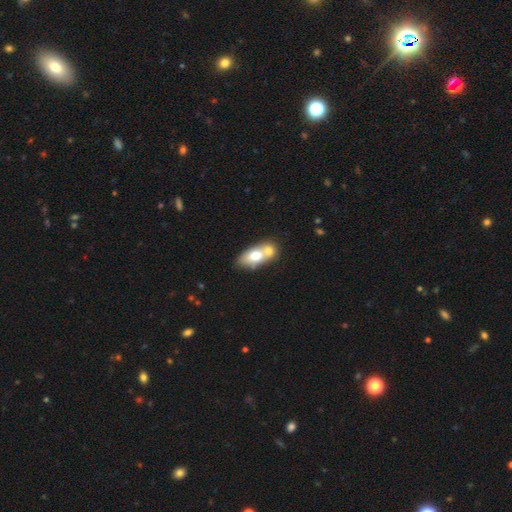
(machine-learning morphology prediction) Q: Smooth or featured?
A: smooth (64%); runner-up: featured or disk (29%)
Q: How rounded?
A: in between (80%); runner-up: round (13%)
Q: Merging?
A: merger (58%); runner-up: none (29%)